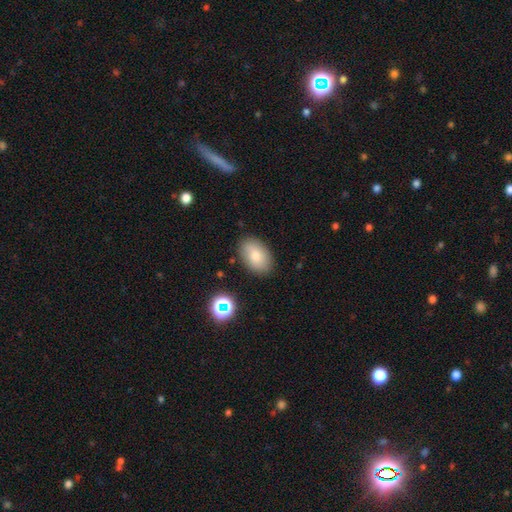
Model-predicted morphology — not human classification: Overall: smooth (78%). How rounded: in between (88%). Merging: none (85%).